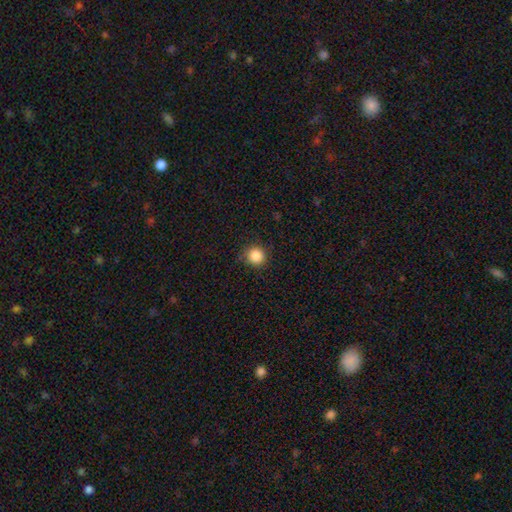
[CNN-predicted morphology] A smooth galaxy with no disk features (87%) that is round (93%). Merging: none (87%).